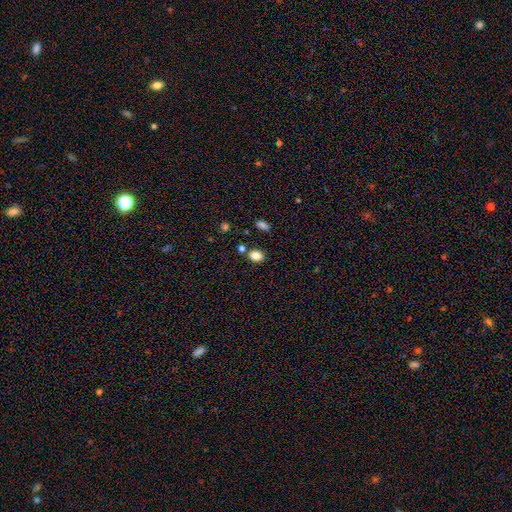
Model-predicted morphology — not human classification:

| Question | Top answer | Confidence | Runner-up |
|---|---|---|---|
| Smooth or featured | smooth | 84% | star or artifact (11%) |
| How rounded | in between | 69% | round (30%) |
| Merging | none | 79% | minor disturbance (11%) |